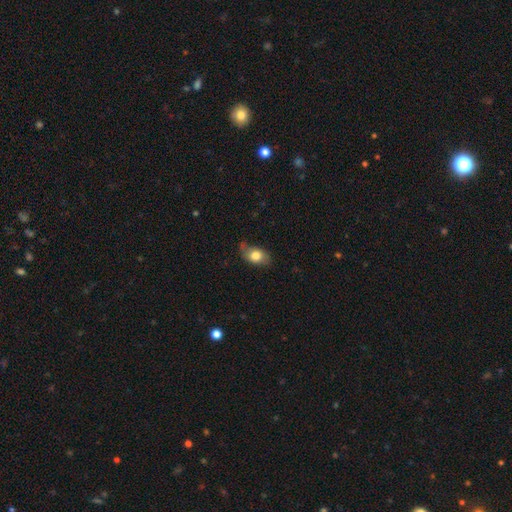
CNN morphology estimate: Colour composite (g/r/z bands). It shows a smooth galaxy with no disk features (74%) that is in between round and cigar-shaped (81%). Merging: none (63%).